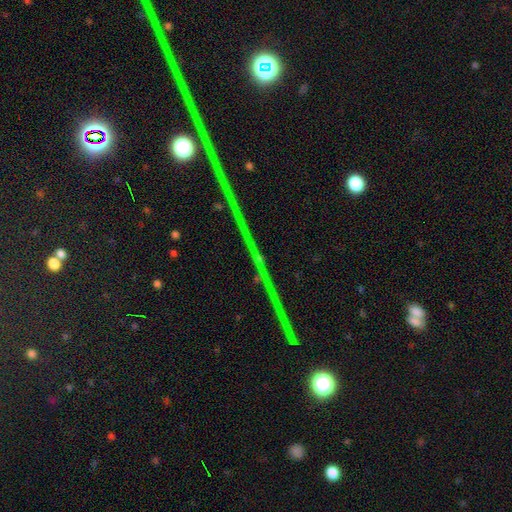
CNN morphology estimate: Overall: star or artifact (80%).